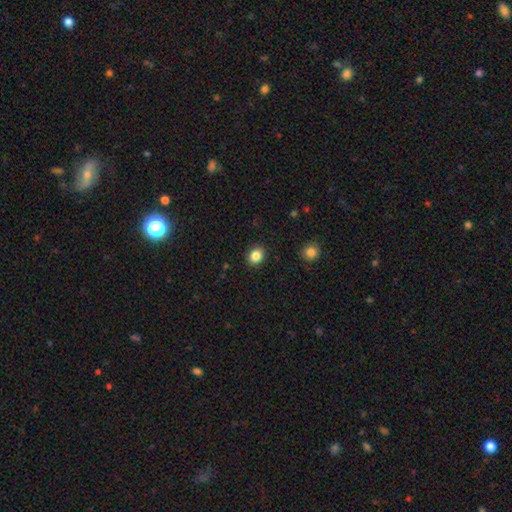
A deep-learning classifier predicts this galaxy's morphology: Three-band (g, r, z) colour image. It shows a smooth galaxy with no disk features (85%) that is round (54%). Merging: none (90%).